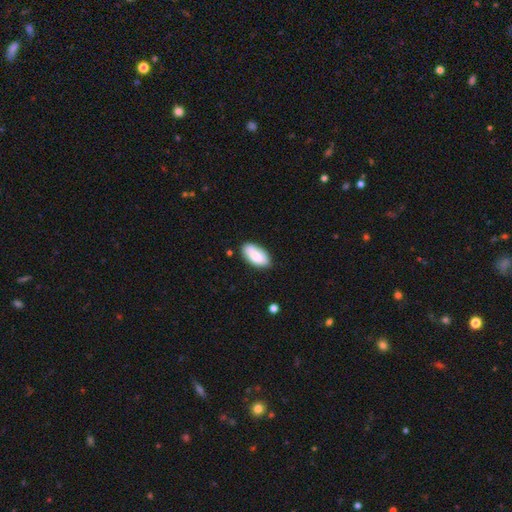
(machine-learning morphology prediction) smooth-or-featured: smooth: 83% | featured or disk: 10% | star or artifact: 6%
  how-rounded: in between: 93% | cigar-shaped: 5% | round: 2%
  merging: none: 77% | minor disturbance: 17% | major disturbance: 3% | merger: 3%